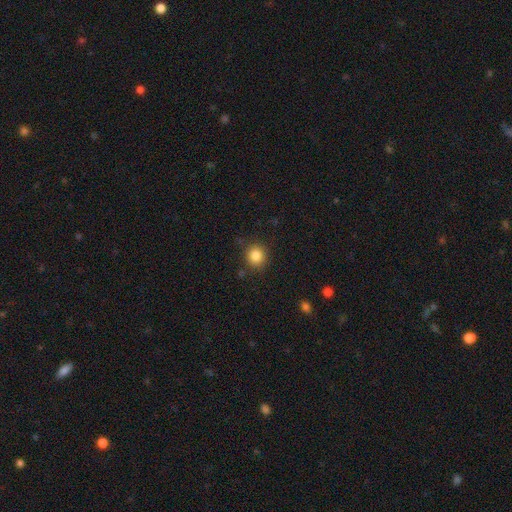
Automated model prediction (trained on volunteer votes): Smooth or featured?
  - smooth: 84% *
  - star or artifact: 11%
  - featured or disk: 5%
How rounded?
  - round: 88% *
  - in between: 11%
  - cigar-shaped: 1%
Merging?
  - none: 85% *
  - minor disturbance: 9%
  - major disturbance: 3%
  - merger: 2%